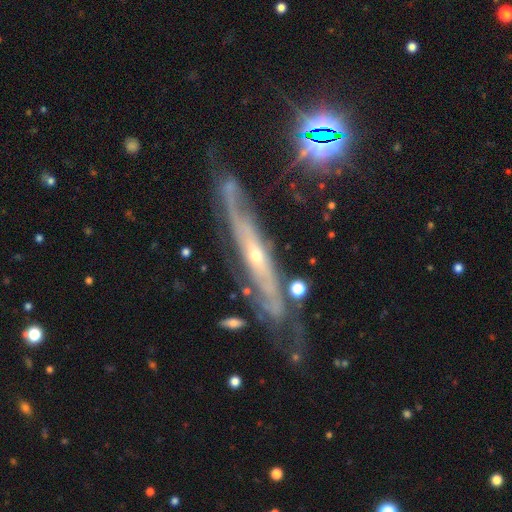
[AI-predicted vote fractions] The model was most divided on "edge-on disk": yes: 51%, no: 49%. More confident: smooth or featured — featured or disk (83%); merging — none (66%).